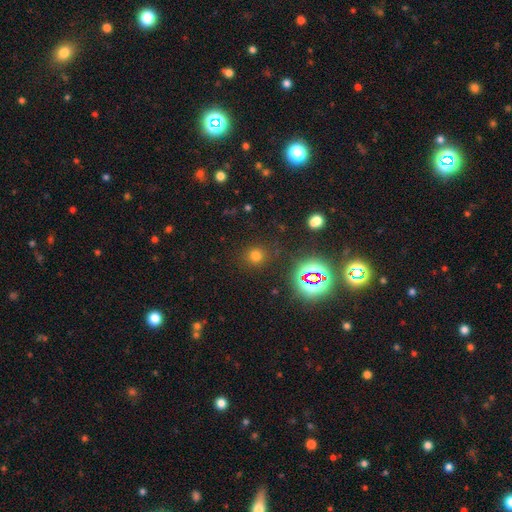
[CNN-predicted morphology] Smooth or featured?
  - smooth: 67% *
  - star or artifact: 26%
  - featured or disk: 7%
How rounded?
  - round: 89% *
  - in between: 10%
  - cigar-shaped: 1%
Merging?
  - none: 85% *
  - minor disturbance: 9%
  - major disturbance: 4%
  - merger: 3%